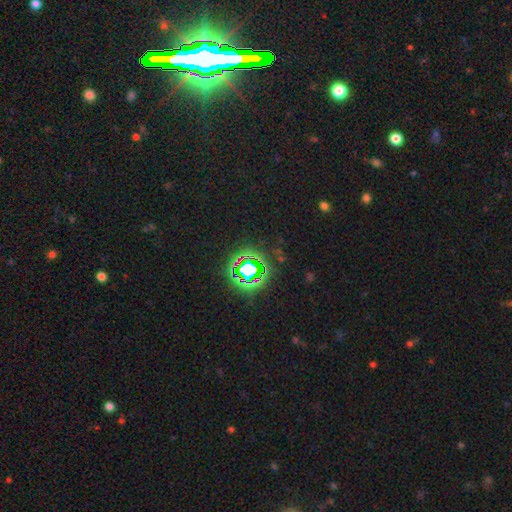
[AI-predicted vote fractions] star or artifact 80%, smooth 11%, featured or disk 9%.